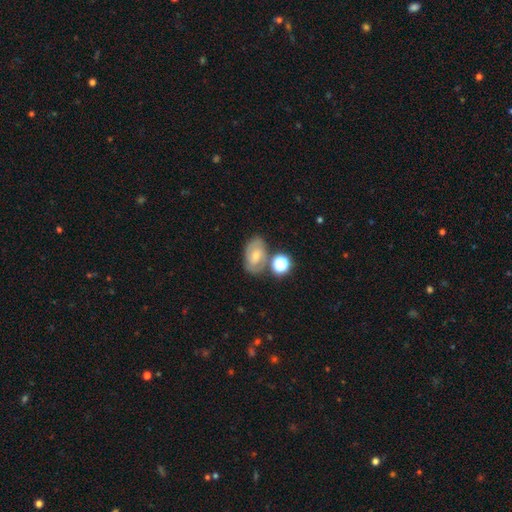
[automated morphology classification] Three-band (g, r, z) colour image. It shows a smooth galaxy with no disk features (44%). Merging: none (68%).